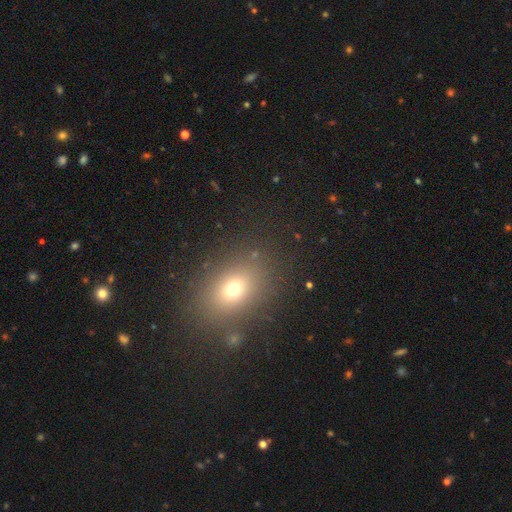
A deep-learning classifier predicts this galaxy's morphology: This is likely a smooth galaxy (63%). How rounded: likely in between (63%). Merging: clearly none (86%).